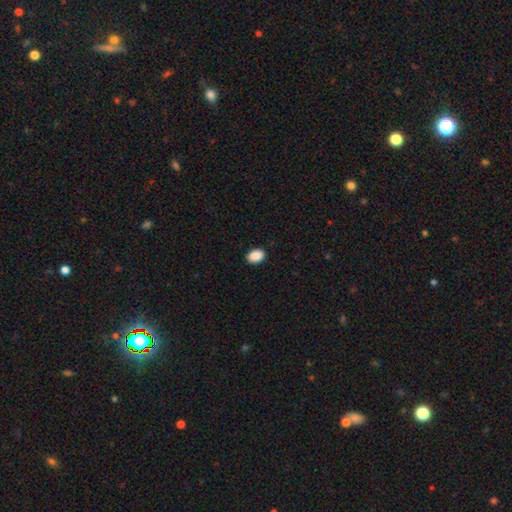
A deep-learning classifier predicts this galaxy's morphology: type=smooth (90%); roundness=in between (83%); merging=none (90%).